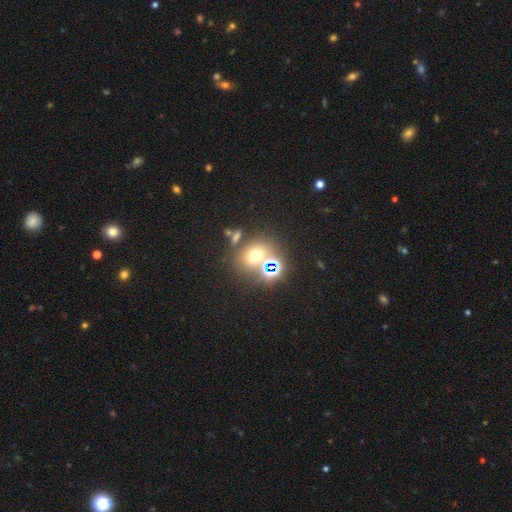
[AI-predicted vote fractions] Smooth or featured? smooth (57%)
How rounded? round (66%)
Merging? none (63%)